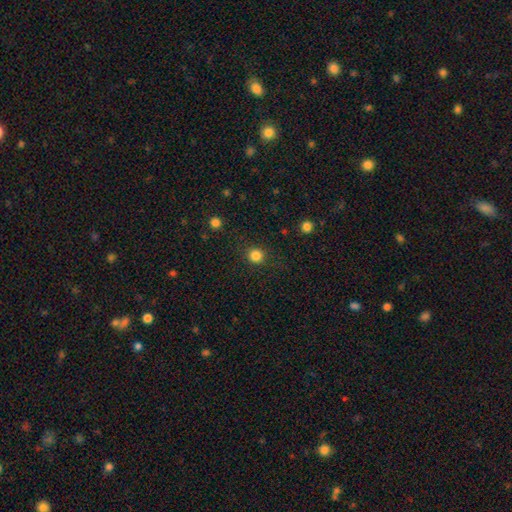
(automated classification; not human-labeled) This is clearly a smooth galaxy (84%). How rounded: clearly round (93%). Merging: clearly none (89%).